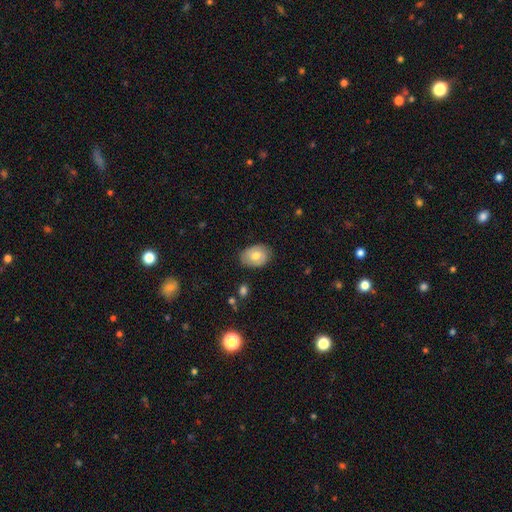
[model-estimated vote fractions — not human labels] smooth 52%, featured or disk 41%, star or artifact 7%. Down the decision tree: how rounded — in between (75%); merging — none (79%).